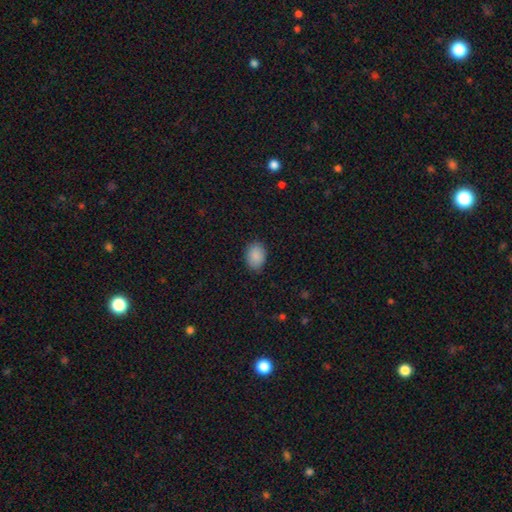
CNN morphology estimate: smooth_or_featured: smooth (p=0.89) [alt: star or artifact p=0.07]
how_rounded: in between (p=0.73) [alt: round p=0.26]
merging: none (p=0.84) [alt: minor disturbance p=0.12]